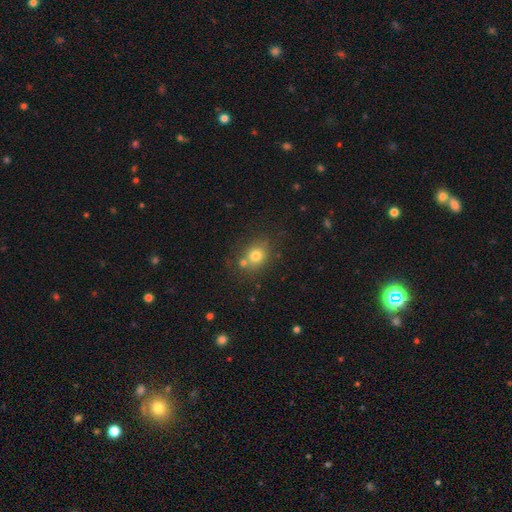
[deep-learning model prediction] Smooth or featured? Predicted: smooth (p=0.75). How rounded? Predicted: round (p=0.68). Merging? Predicted: none (p=0.64).